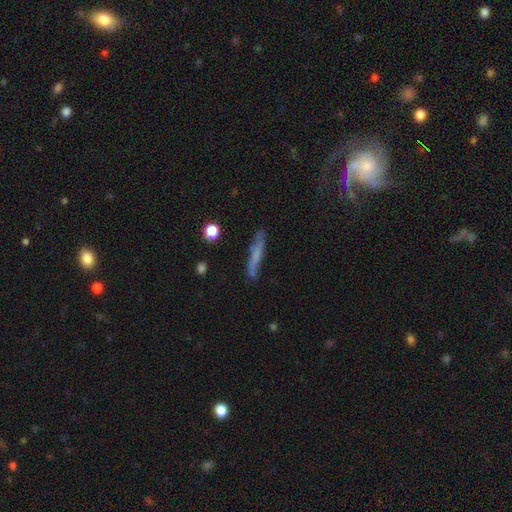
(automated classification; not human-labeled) This is possibly a smooth galaxy (47%). Merging: likely none (73%).